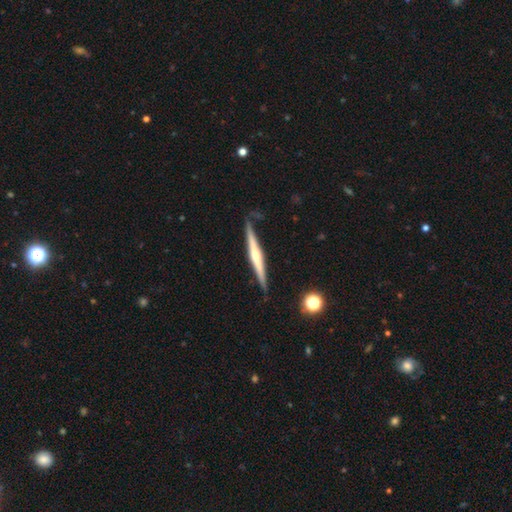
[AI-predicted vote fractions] featured or disk 67%, smooth 27%, star or artifact 6%. Down the decision tree: edge-on disk — yes (97%); edge-on bulge — rounded (70%); merging — none (82%).